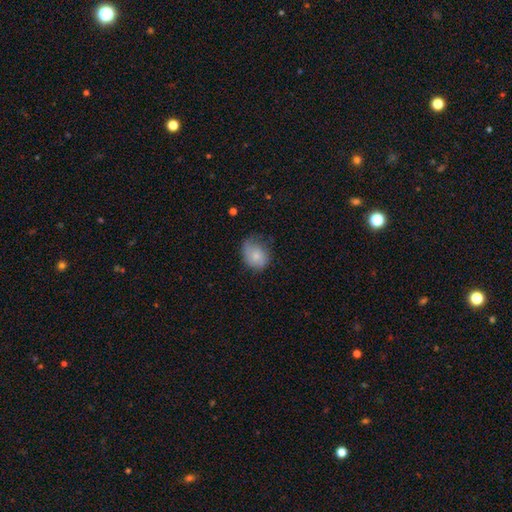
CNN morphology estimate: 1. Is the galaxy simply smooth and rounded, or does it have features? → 73% smooth, 19% featured or disk, 8% star or artifact.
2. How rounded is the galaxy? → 50% in between, 49% round, 1% cigar-shaped.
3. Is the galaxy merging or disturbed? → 48% none, 35% minor disturbance, 15% major disturbance, 2% merger.